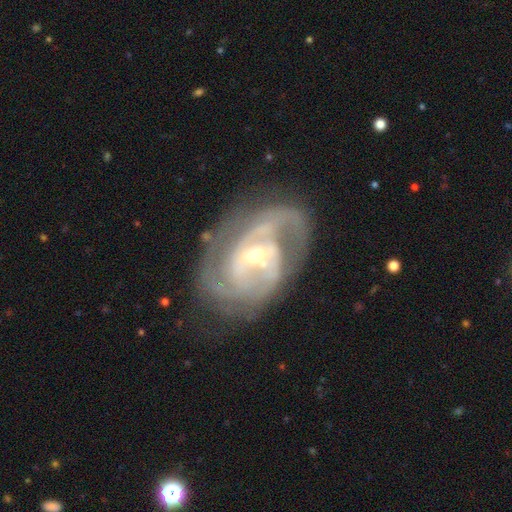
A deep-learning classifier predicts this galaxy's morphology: Smooth or featured?
  - featured or disk: 88% *
  - smooth: 7%
  - star or artifact: 6%
Edge-on disk?
  - no: 97% *
  - yes: 3%
Bar?
  - weak: 46% *
  - no: 33%
  - strong: 21%
Spiral arms?
  - yes: 95% *
  - no: 5%
Spiral winding?
  - tight: 44% *
  - medium: 43%
  - loose: 13%
Spiral arm count?
  - 2: 43% *
  - can't tell: 21%
  - 3: 20%
  - 1: 6%
  - 4: 6%
  - more than 4: 4%
Bulge size?
  - small: 55% *
  - moderate: 41%
  - large: 2%
  - none: 1%
  - dominant: 1%
Merging?
  - none: 62% *
  - minor disturbance: 21%
  - major disturbance: 15%
  - merger: 3%